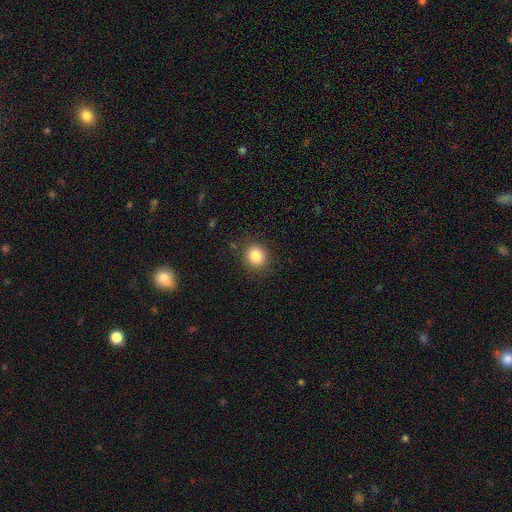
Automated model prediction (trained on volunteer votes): smooth_or_featured: smooth (p=0.84) [alt: star or artifact p=0.10]
how_rounded: round (p=0.83) [alt: in between p=0.16]
merging: none (p=0.87) [alt: minor disturbance p=0.09]